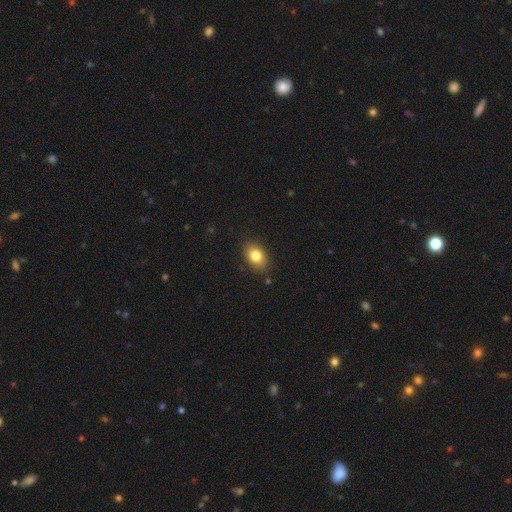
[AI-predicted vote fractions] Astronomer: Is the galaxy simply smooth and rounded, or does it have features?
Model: smooth — 81%.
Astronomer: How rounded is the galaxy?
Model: in between — 79%.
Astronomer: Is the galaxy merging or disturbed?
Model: none — 85%.